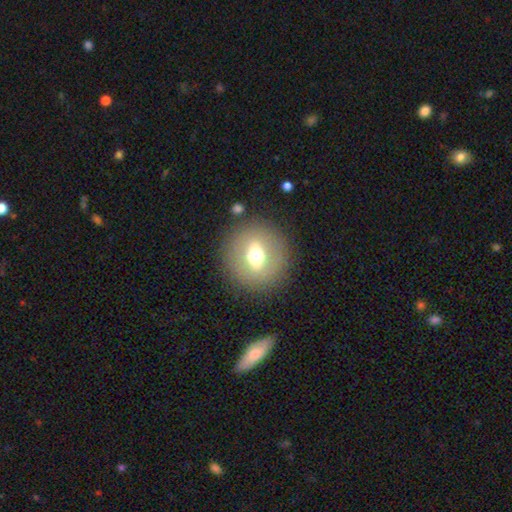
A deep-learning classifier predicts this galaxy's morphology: This appears to be a smooth galaxy with no disk features (45%). Merging: none (86%).